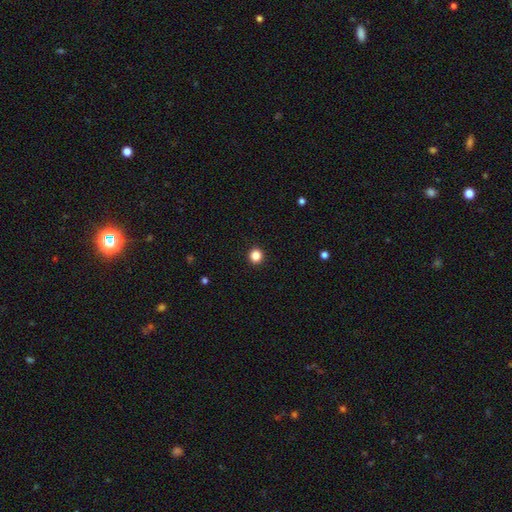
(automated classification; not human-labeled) Morphology: type=smooth (86%); roundness=round (93%); merging=none (93%).